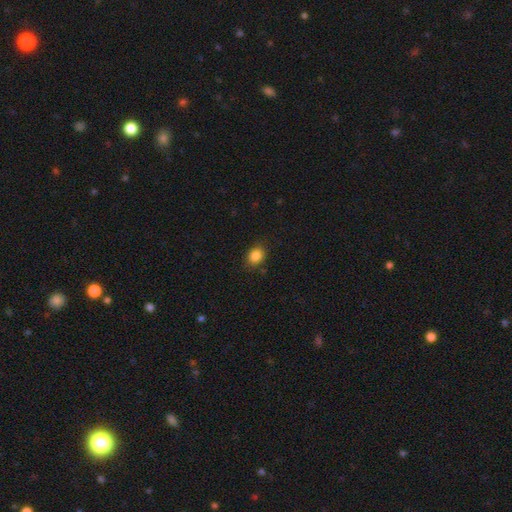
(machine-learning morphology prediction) type=smooth (85%); roundness=round (56%); merging=none (83%).